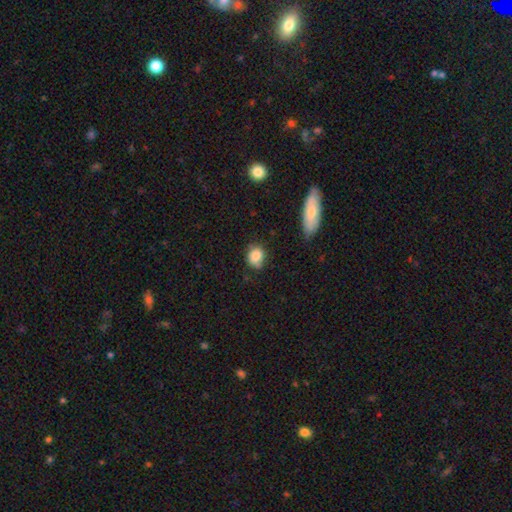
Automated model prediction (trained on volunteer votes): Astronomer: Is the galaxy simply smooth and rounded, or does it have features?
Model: smooth — 81%.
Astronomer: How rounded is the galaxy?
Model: round — 64%.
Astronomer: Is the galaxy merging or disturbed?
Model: none — 56%.